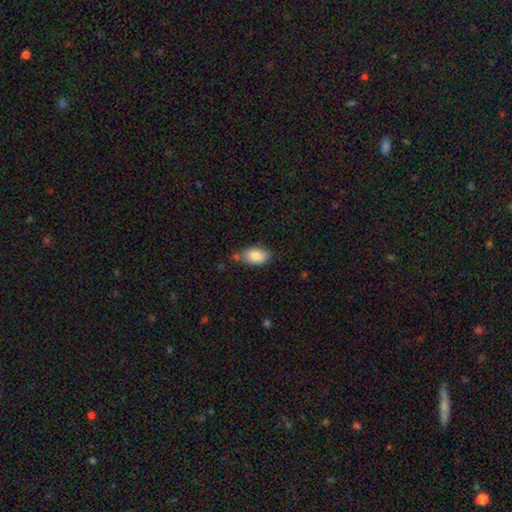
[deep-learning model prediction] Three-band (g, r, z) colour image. It shows a smooth galaxy with no disk features (85%) that is in between round and cigar-shaped (92%). Merging: none (67%).